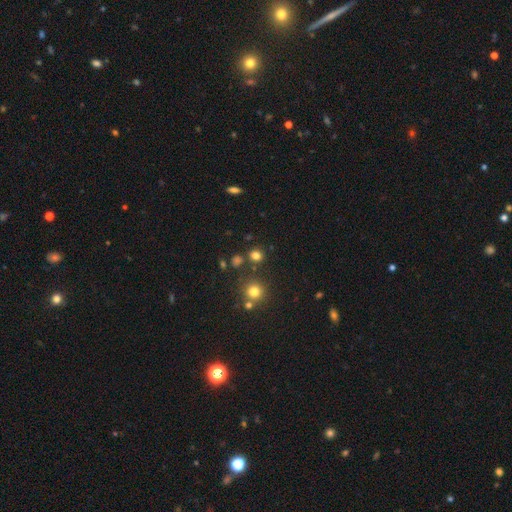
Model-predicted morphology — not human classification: type=smooth (76%); roundness=round (86%); merging=none (79%).